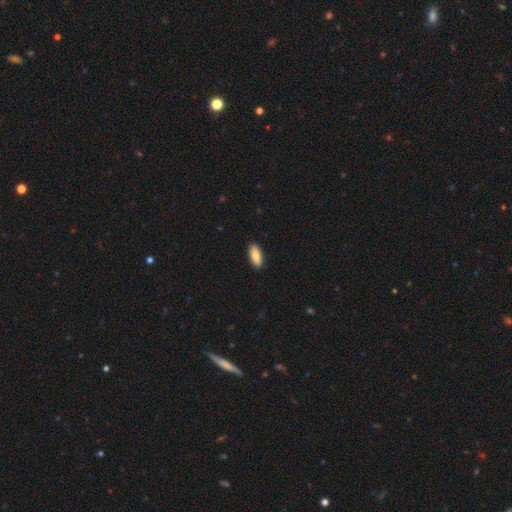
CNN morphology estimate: Q: Smooth or featured?
A: smooth (83%); runner-up: featured or disk (11%)
Q: How rounded?
A: in between (82%); runner-up: cigar-shaped (16%)
Q: Merging?
A: none (91%); runner-up: minor disturbance (7%)